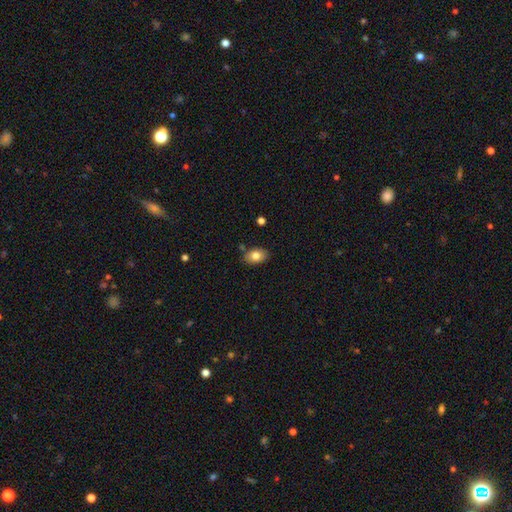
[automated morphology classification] A smooth galaxy with no disk features (80%) that is in between round and cigar-shaped (81%).

Vote fractions:
- Smooth or featured? smooth: 80% / featured or disk: 11% / star or artifact: 8%
- How rounded? in between: 81% / round: 18% / cigar-shaped: 1%
- Merging? none: 81% / minor disturbance: 13% / merger: 3% / major disturbance: 2%